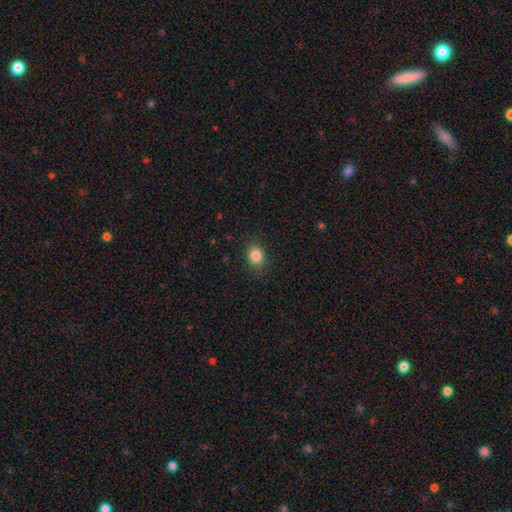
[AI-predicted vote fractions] smooth_or_featured: smooth (p=0.86) [alt: star or artifact p=0.10]
how_rounded: round (p=0.67) [alt: in between p=0.32]
merging: none (p=0.86) [alt: minor disturbance p=0.10]